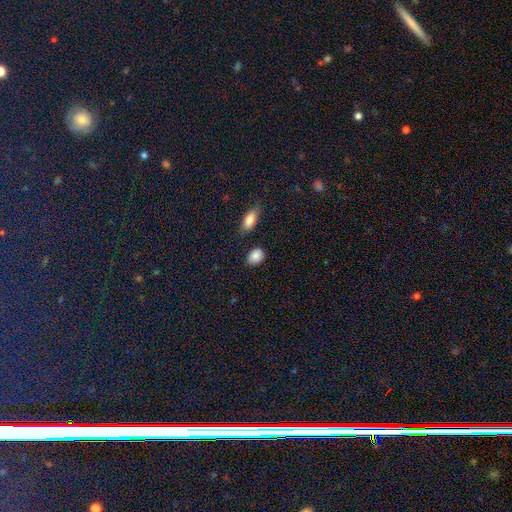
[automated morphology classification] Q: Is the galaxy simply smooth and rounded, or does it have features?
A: smooth — 87%.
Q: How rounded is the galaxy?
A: in between — 63%.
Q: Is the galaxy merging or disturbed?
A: none — 82%.